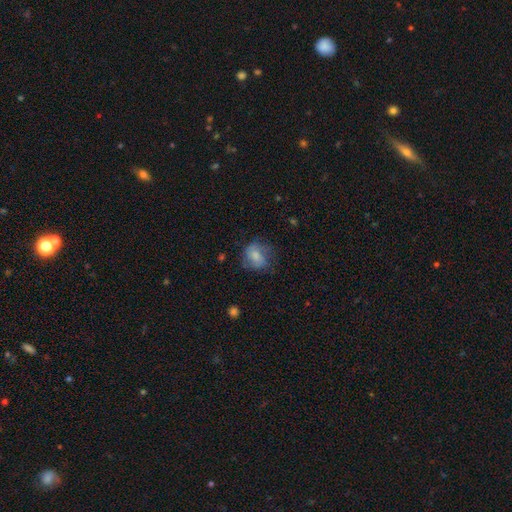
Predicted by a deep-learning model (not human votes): Smooth or featured?
  - smooth: 63% *
  - featured or disk: 28%
  - star or artifact: 9%
How rounded?
  - round: 61% *
  - in between: 37%
  - cigar-shaped: 1%
Merging?
  - none: 56% *
  - minor disturbance: 26%
  - major disturbance: 16%
  - merger: 2%